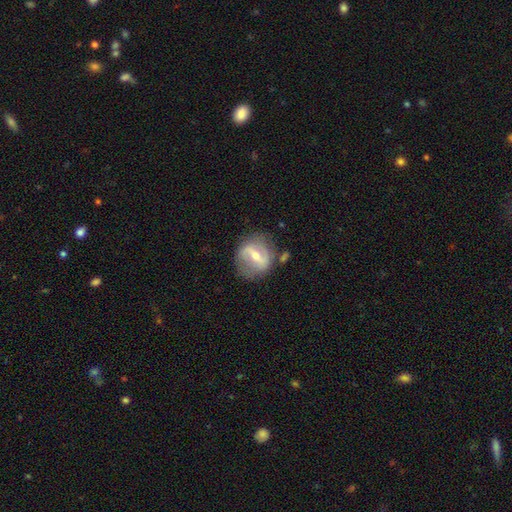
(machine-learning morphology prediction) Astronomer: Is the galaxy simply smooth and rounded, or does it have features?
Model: featured or disk — 69%.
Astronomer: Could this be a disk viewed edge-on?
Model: no — 93%.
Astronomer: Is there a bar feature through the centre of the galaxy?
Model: strong — 56% (runner-up: weak, 33%).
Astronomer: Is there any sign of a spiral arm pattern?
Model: yes — 65%.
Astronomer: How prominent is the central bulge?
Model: moderate — 52% (runner-up: small, 42%).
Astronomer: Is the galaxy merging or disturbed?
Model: none — 69%.